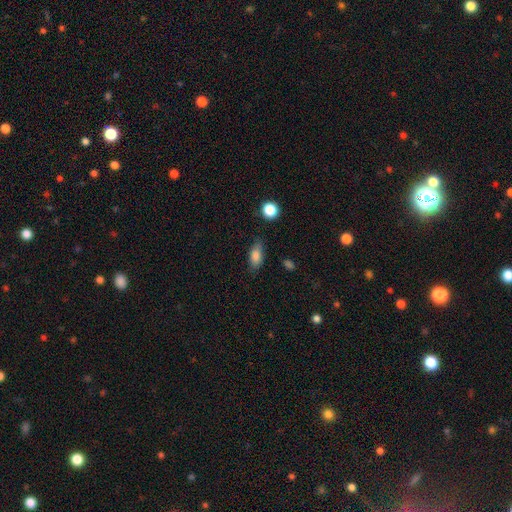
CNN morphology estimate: The model was most divided on "merging": none: 77%, minor disturbance: 17%, major disturbance: 4%, merger: 2%. More confident: how rounded — in between (84%); smooth or featured — smooth (82%).